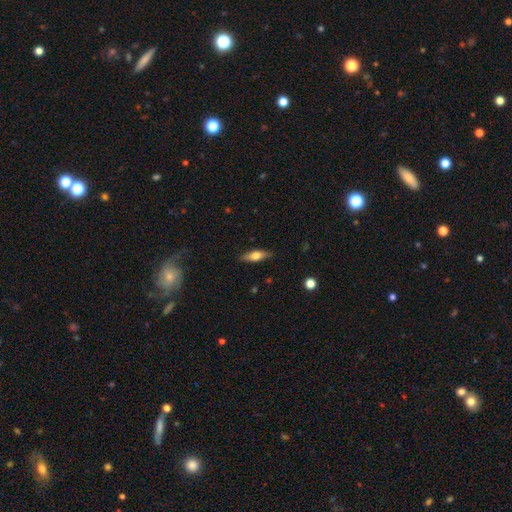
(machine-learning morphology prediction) Smooth or featured? Predicted: smooth (p=0.60). How rounded? Predicted: in between (p=0.50). Merging? Predicted: none (p=0.86).